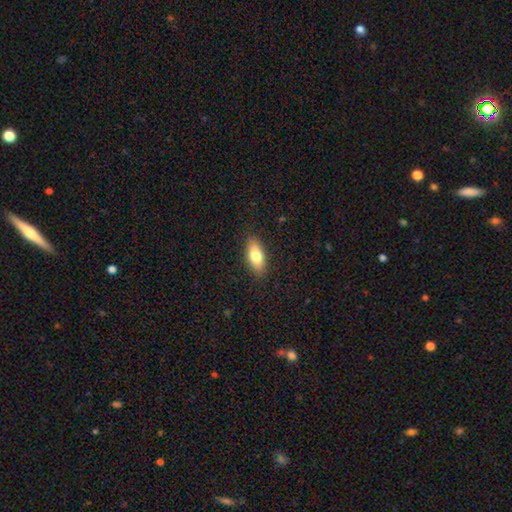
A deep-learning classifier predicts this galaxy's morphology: Smooth or featured?
  - smooth: 75% *
  - featured or disk: 18%
  - star or artifact: 7%
How rounded?
  - in between: 79% *
  - cigar-shaped: 18%
  - round: 3%
Merging?
  - none: 88% *
  - minor disturbance: 9%
  - major disturbance: 2%
  - merger: 1%